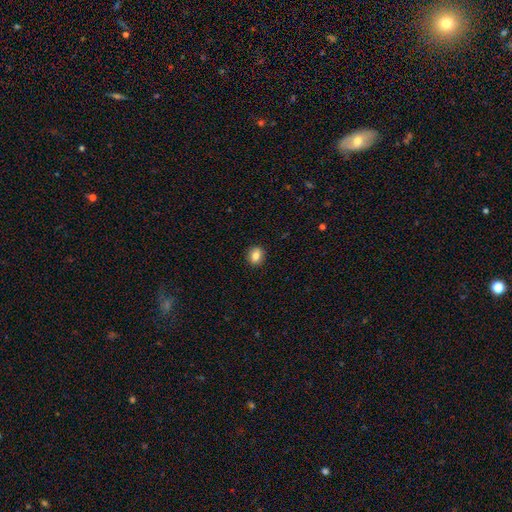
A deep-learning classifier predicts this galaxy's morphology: Smooth or featured? Predicted: smooth (p=0.82). How rounded? Predicted: round (p=0.63). Merging? Predicted: none (p=0.90).